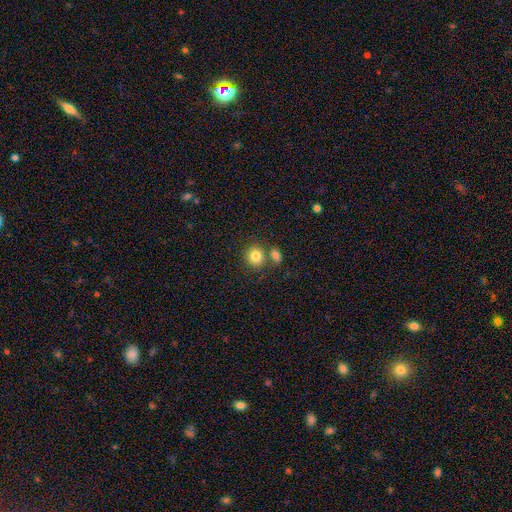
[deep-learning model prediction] A smooth galaxy with no disk features (82%) that is round (86%). Merging: none (65%).